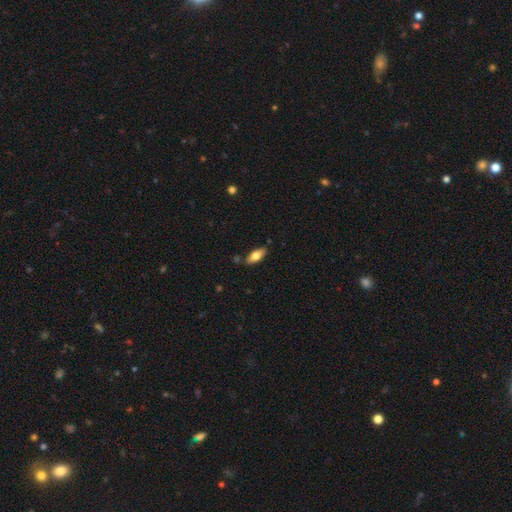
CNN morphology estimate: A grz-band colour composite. It shows a smooth galaxy with no disk features (72%) that is in between round and cigar-shaped (81%). Merging: none (80%).